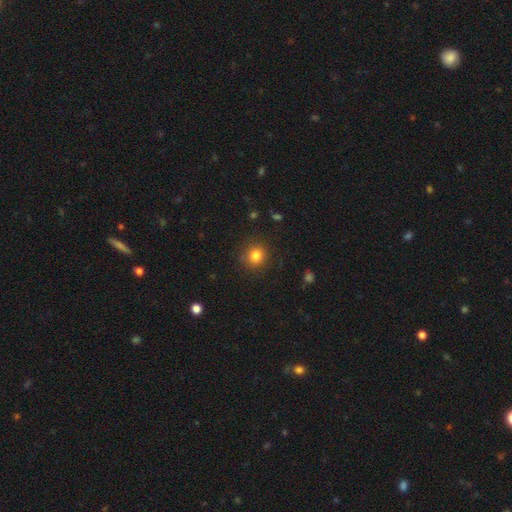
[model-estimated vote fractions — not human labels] smooth-or-featured: smooth: 82% | star or artifact: 12% | featured or disk: 6%
  how-rounded: round: 90% | in between: 9% | cigar-shaped: 1%
  merging: none: 88% | minor disturbance: 8% | major disturbance: 3% | merger: 1%